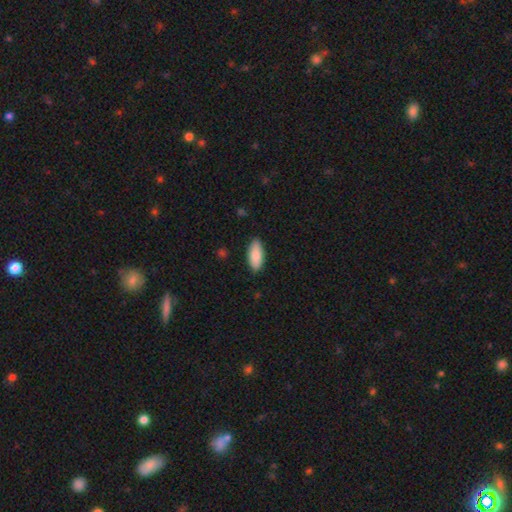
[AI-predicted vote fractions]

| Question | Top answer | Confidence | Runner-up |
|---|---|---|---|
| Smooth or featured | smooth | 88% | featured or disk (7%) |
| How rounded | in between | 84% | cigar-shaped (14%) |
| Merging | none | 86% | minor disturbance (11%) |